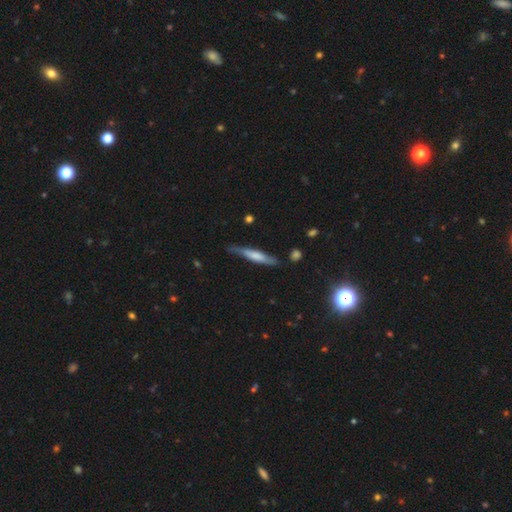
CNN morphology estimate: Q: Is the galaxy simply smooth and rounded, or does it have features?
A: smooth — 52%.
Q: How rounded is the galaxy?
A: cigar-shaped — 91%.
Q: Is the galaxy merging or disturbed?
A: none — 72%.